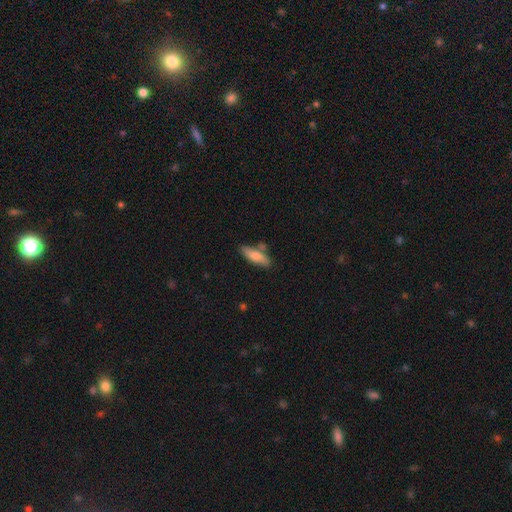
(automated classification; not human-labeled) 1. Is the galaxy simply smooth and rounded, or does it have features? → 75% smooth, 20% featured or disk, 6% star or artifact.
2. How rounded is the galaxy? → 53% in between, 44% cigar-shaped, 2% round.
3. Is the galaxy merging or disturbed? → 72% none, 15% minor disturbance, 10% merger, 3% major disturbance.